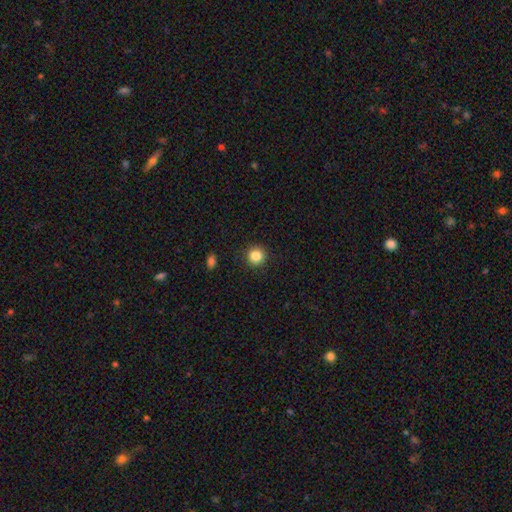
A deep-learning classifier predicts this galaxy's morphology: Overall: smooth (85%). How rounded: round (93%). Merging: none (91%).